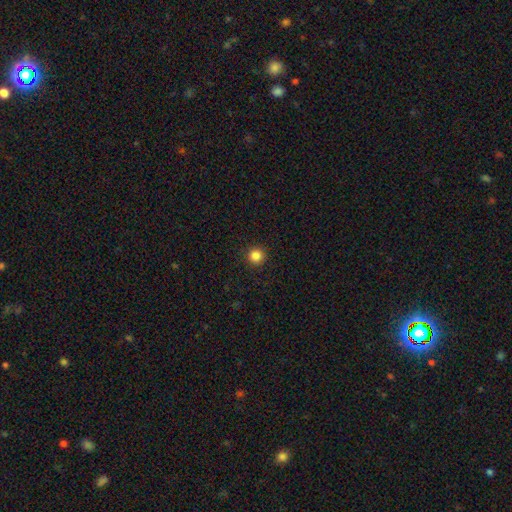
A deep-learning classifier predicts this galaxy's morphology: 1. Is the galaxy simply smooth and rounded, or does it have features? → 85% smooth, 12% star or artifact, 4% featured or disk.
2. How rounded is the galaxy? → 96% round, 3% in between, 1% cigar-shaped.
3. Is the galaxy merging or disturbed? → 93% none, 5% minor disturbance, 2% major disturbance, 1% merger.